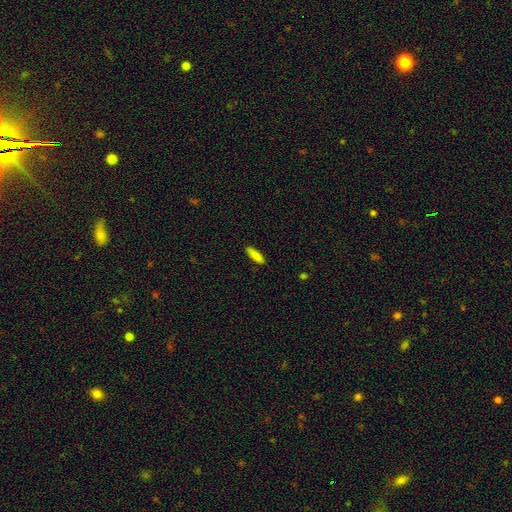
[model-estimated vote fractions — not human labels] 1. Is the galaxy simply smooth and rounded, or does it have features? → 87% smooth, 7% star or artifact, 7% featured or disk.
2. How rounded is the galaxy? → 66% cigar-shaped, 33% in between, 2% round.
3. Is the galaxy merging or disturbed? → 89% none, 8% minor disturbance, 2% major disturbance, 1% merger.